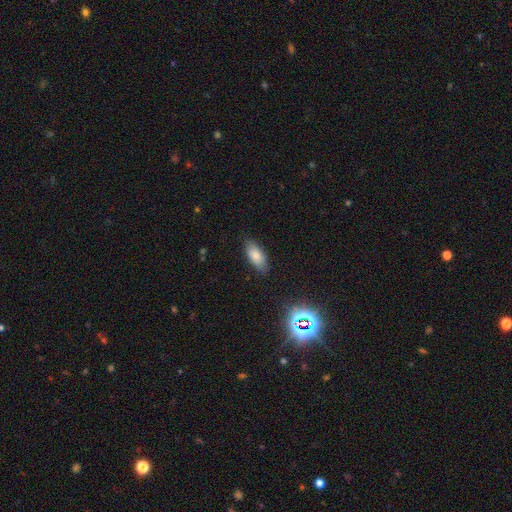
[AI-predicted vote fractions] Smooth or featured? Predicted: smooth (p=0.78). How rounded? Predicted: in between (p=0.86). Merging? Predicted: none (p=0.81).